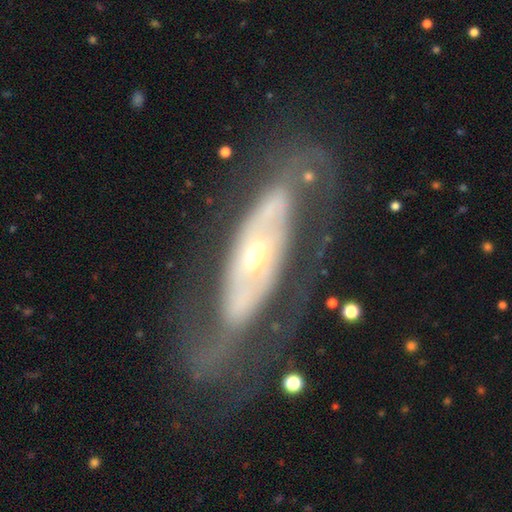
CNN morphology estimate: Smooth or featured? Predicted: featured or disk (p=0.79). Edge-on disk? Predicted: no (p=0.83). Bar? Predicted: no (p=0.68). Spiral arms? Predicted: yes (p=0.59). Bulge size? Predicted: moderate (p=0.46). Merging? Predicted: none (p=0.59).